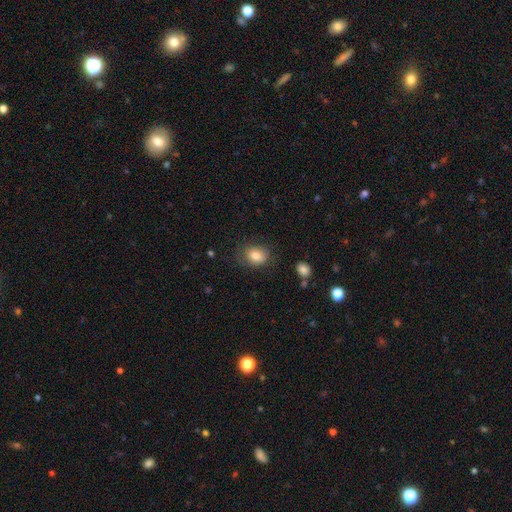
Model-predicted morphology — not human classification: smooth_or_featured: smooth (p=0.81) [alt: featured or disk p=0.10]
how_rounded: in between (p=0.57) [alt: round p=0.42]
merging: none (p=0.71) [alt: minor disturbance p=0.20]